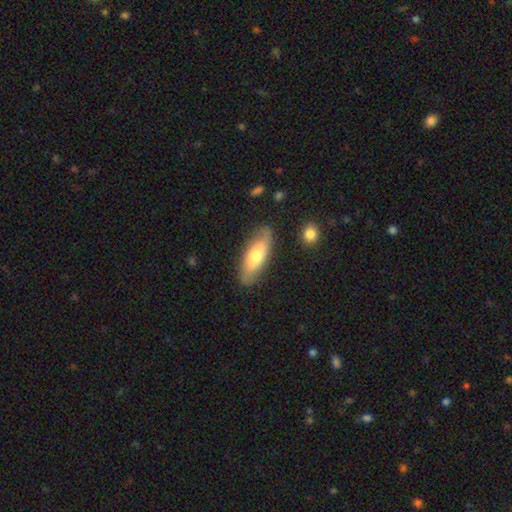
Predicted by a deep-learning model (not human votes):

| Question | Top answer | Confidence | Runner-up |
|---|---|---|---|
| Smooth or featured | smooth | 64% | featured or disk (30%) |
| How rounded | in between | 65% | cigar-shaped (33%) |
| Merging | none | 82% | minor disturbance (13%) |